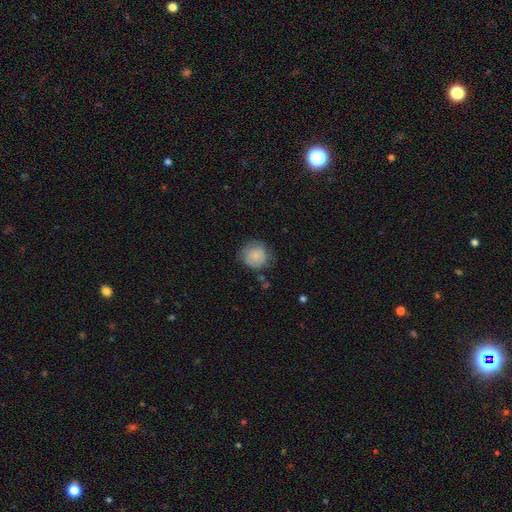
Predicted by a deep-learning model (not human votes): Q: Smooth or featured?
A: smooth (74%); runner-up: featured or disk (18%)
Q: How rounded?
A: round (86%); runner-up: in between (13%)
Q: Merging?
A: none (64%); runner-up: minor disturbance (25%)